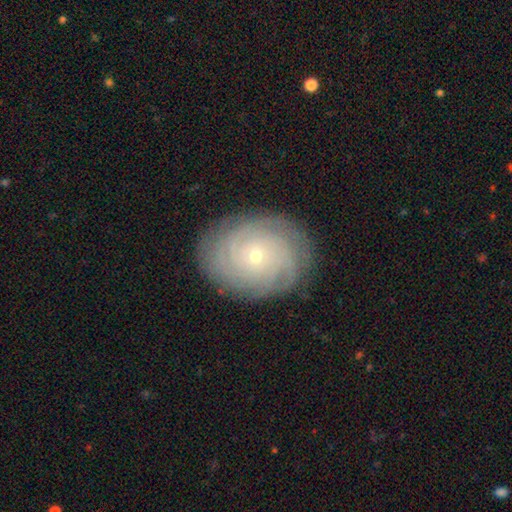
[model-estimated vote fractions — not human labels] Smooth or featured?
  - featured or disk: 82% *
  - smooth: 11%
  - star or artifact: 7%
Edge-on disk?
  - no: 97% *
  - yes: 3%
Bar?
  - no: 82% *
  - weak: 15%
  - strong: 3%
Spiral arms?
  - yes: 96% *
  - no: 4%
Spiral winding?
  - tight: 85% *
  - medium: 12%
  - loose: 3%
Spiral arm count?
  - can't tell: 32% *
  - 4: 21%
  - more than 4: 15%
  - 3: 14%
  - 2: 10%
  - 1: 8%
Bulge size?
  - small: 77% *
  - moderate: 20%
  - large: 1%
  - none: 1%
  - dominant: 1%
Merging?
  - none: 85% *
  - minor disturbance: 11%
  - major disturbance: 3%
  - merger: 1%